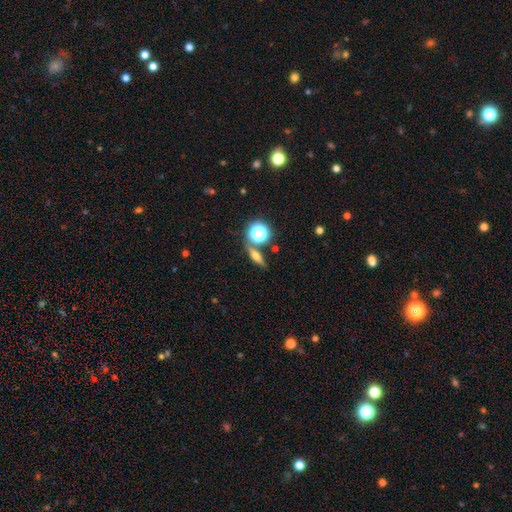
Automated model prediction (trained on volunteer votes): Overall: smooth (47%; featured or disk 36%). Merging: none (78%).